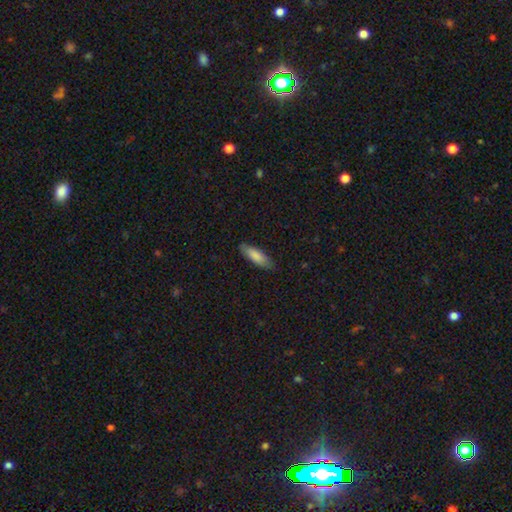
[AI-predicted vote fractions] smooth 83%, featured or disk 11%, star or artifact 5%. Down the decision tree: how rounded — in between (57%); merging — none (82%).